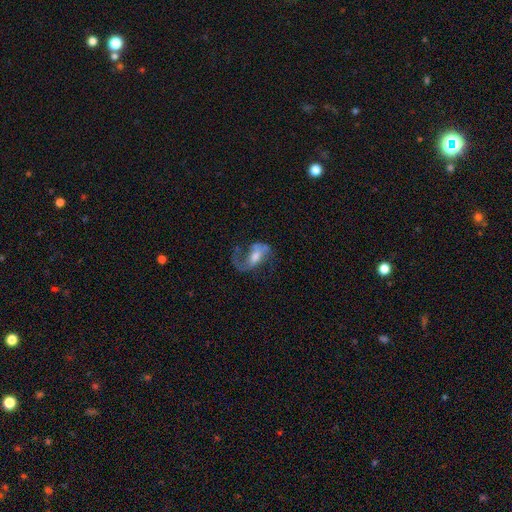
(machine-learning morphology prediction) Overall: featured or disk (76%). Edge-on disk: no (95%). Bar: weak (42%; no 31%). Spiral arms: yes (87%). Spiral arm count: 2 (70%). Spiral winding: loose (52%; medium 38%). Bulge size: moderate (55%; small 24%). Merging: none (48%; major disturbance 30%).